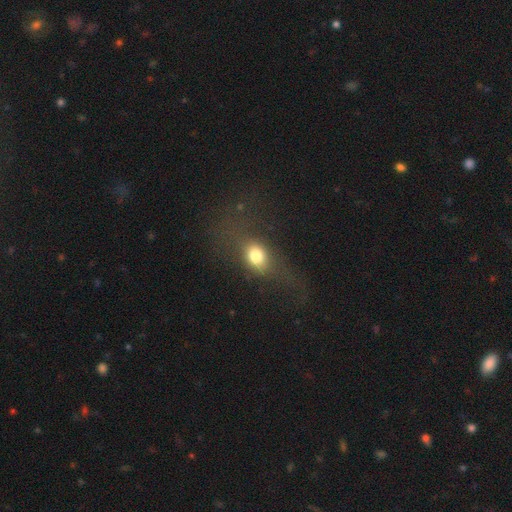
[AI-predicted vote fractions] A smooth galaxy with no disk features (72%) that is in between round and cigar-shaped (58%).

Vote fractions:
- Smooth or featured? smooth: 72% / featured or disk: 16% / star or artifact: 12%
- How rounded? in between: 58% / round: 37% / cigar-shaped: 5%
- Merging? none: 57% / major disturbance: 22% / minor disturbance: 18% / merger: 3%